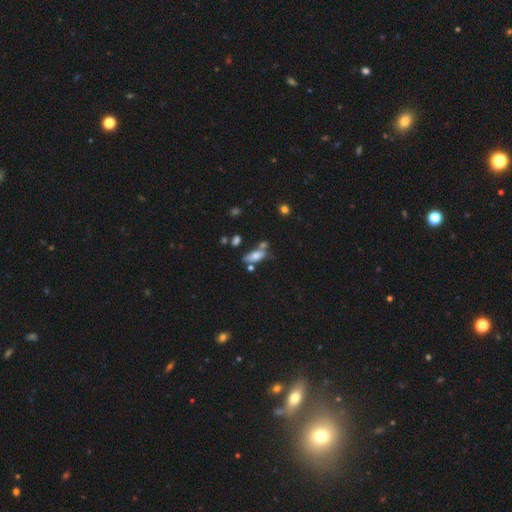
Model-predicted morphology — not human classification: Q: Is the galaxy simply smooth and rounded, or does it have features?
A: smooth — 70%.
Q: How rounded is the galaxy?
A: in between — 71%.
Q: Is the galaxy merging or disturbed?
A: none — 49%.